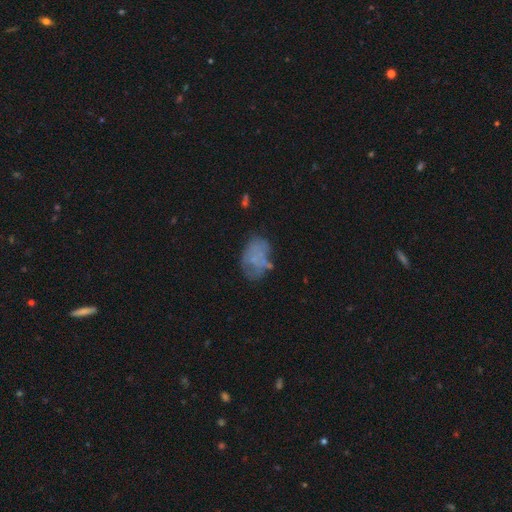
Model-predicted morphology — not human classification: A smooth galaxy with no disk features (50%).

Vote fractions:
- Smooth or featured? smooth: 50% / featured or disk: 38% / star or artifact: 13%
- Merging? none: 54% / minor disturbance: 25% / major disturbance: 15% / merger: 6%